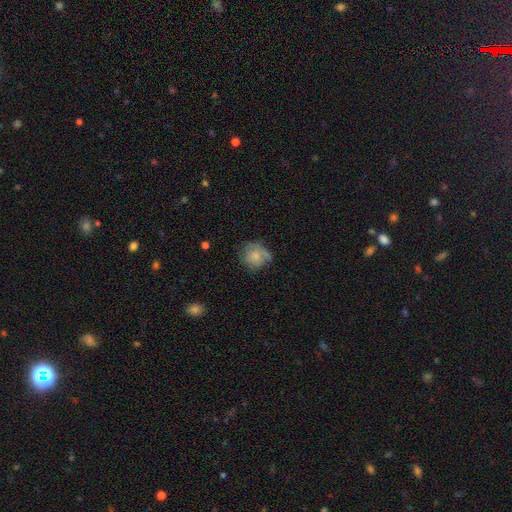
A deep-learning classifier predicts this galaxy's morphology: This is likely a smooth galaxy (70%). How rounded: likely round (79%). Merging: possibly none (52%).